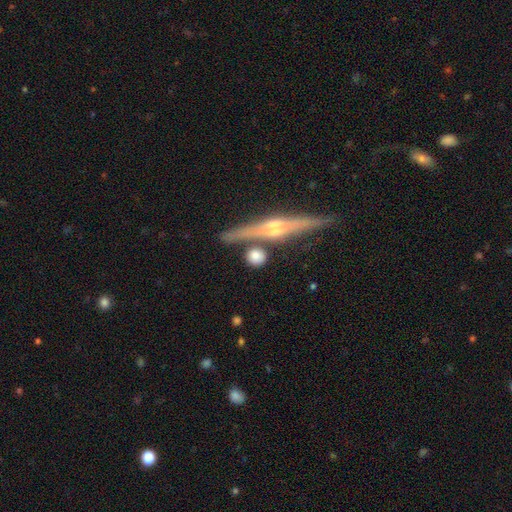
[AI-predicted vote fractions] Morphology: type=smooth (71%); roundness=round (79%); merging=none (75%).